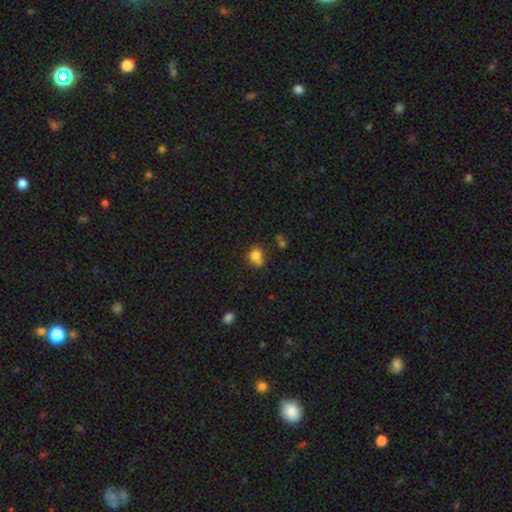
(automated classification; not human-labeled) The model was most divided on "merging": none: 54%, merger: 22%, minor disturbance: 18%, major disturbance: 6%. More confident: smooth or featured — smooth (80%); how rounded — round (78%).